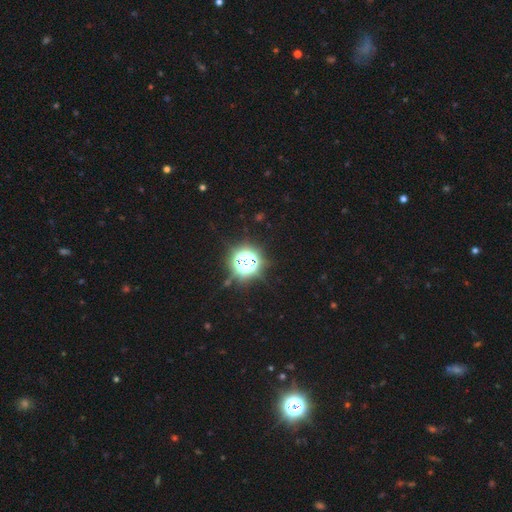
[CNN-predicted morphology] smooth_or_featured: star or artifact (p=0.72) [alt: smooth p=0.20]